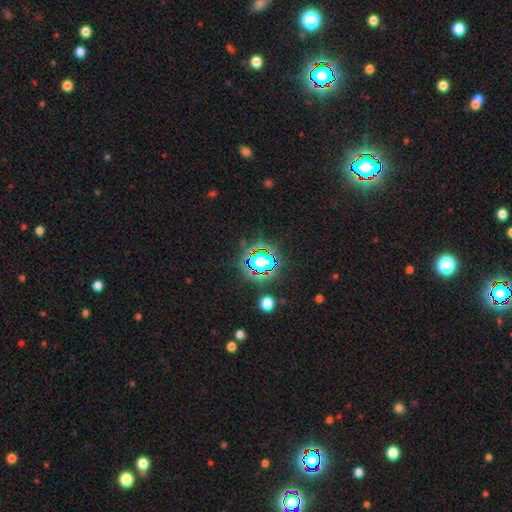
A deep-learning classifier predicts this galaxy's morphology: smooth-or-featured: star or artifact: 77% | smooth: 15% | featured or disk: 9%